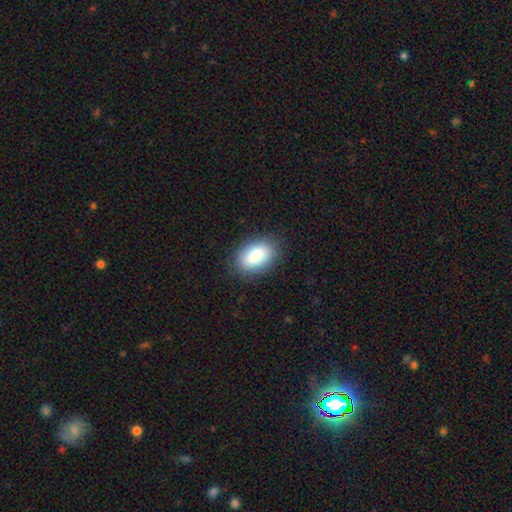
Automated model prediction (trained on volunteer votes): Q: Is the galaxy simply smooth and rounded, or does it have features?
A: smooth — 85%.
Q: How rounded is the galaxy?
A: in between — 91%.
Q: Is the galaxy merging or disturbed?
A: none — 86%.